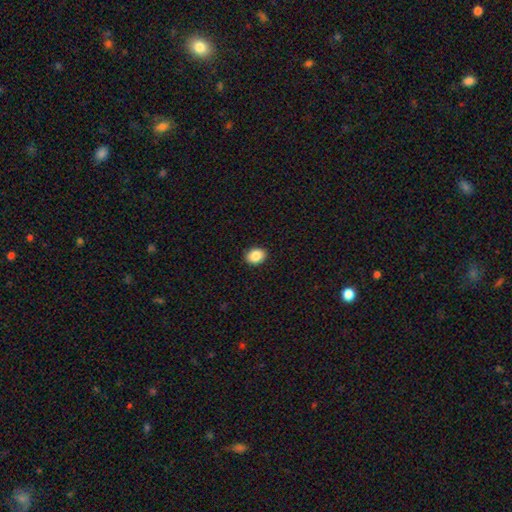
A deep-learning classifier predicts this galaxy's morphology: Smooth or featured? smooth (87%)
How rounded? in between (59%)
Merging? none (90%)